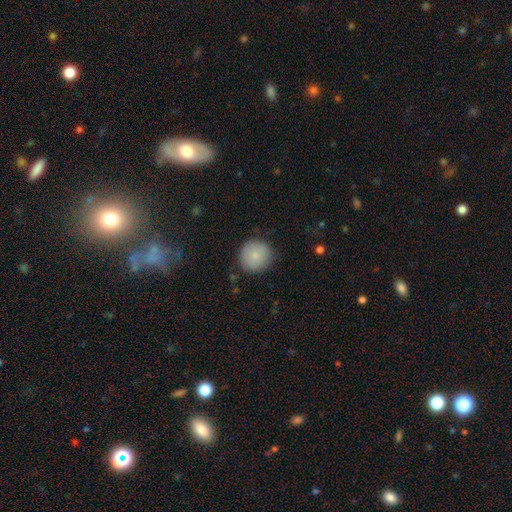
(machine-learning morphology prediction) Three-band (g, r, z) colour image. It shows a smooth galaxy with no disk features (84%) that is round (94%). Merging: none (87%).